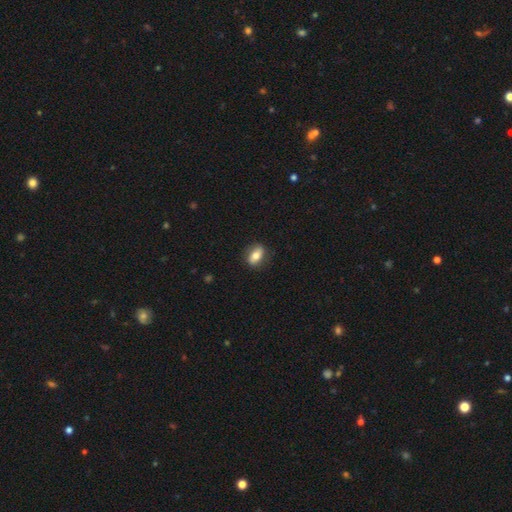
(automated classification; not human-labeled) Smooth or featured?
  - smooth: 72% *
  - featured or disk: 21%
  - star or artifact: 7%
How rounded?
  - in between: 81% *
  - round: 13%
  - cigar-shaped: 6%
Merging?
  - none: 82% *
  - minor disturbance: 14%
  - major disturbance: 3%
  - merger: 1%